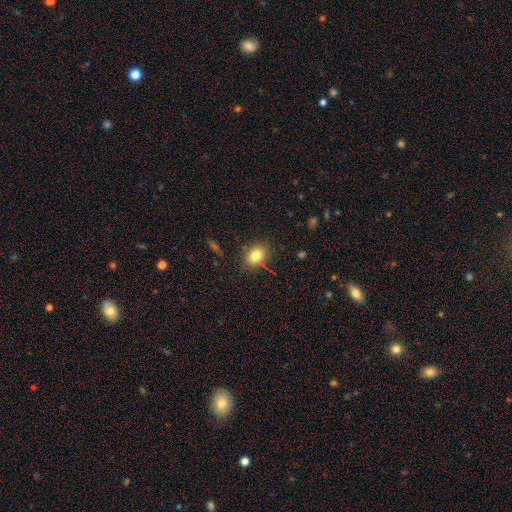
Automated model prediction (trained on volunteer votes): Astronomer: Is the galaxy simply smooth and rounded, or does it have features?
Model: smooth — 79%.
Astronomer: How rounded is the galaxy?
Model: in between — 67%.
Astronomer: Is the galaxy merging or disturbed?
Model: none — 82%.